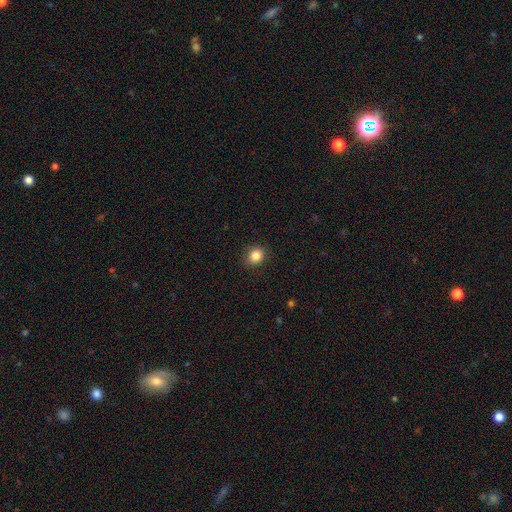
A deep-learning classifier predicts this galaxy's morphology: The model was most divided on "how rounded": round: 80%, in between: 19%, cigar-shaped: 1%. More confident: merging — none (88%); smooth or featured — smooth (85%).